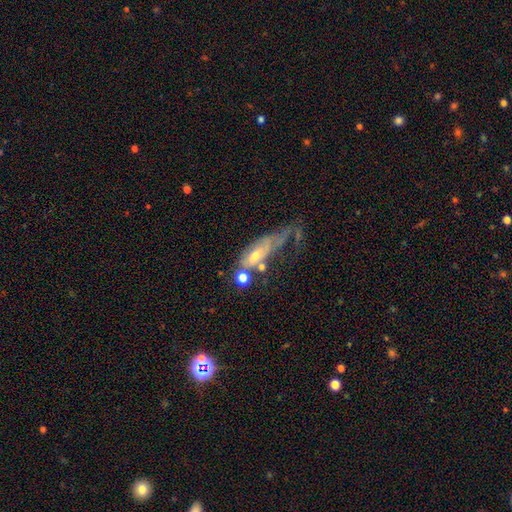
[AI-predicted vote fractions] Smooth or featured? featured or disk (52%)
Edge-on disk? no (78%)
Merging? major disturbance (43%)